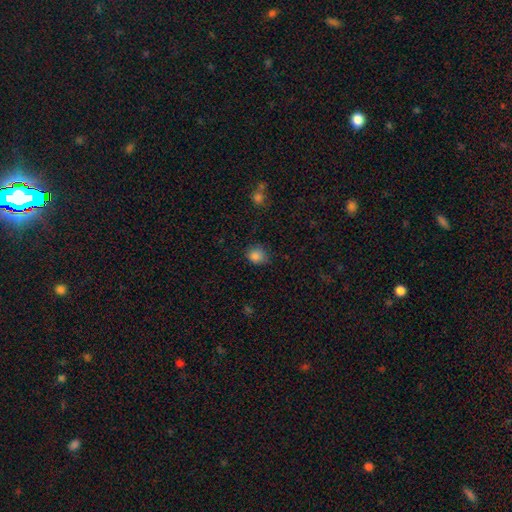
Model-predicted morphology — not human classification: Smooth or featured? smooth (84%)
How rounded? round (71%)
Merging? none (75%)